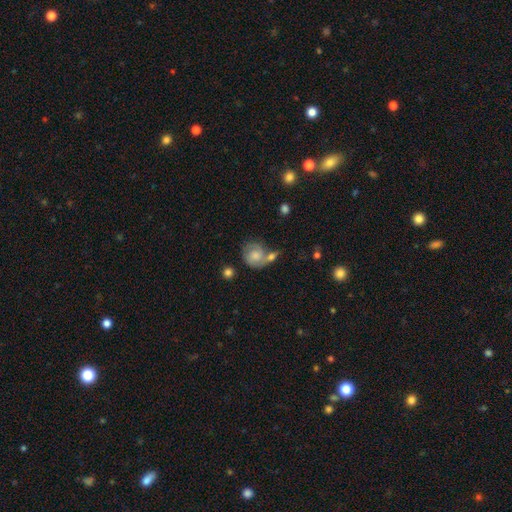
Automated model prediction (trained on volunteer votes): A smooth galaxy with no disk features (49%). Merging: none (39%).